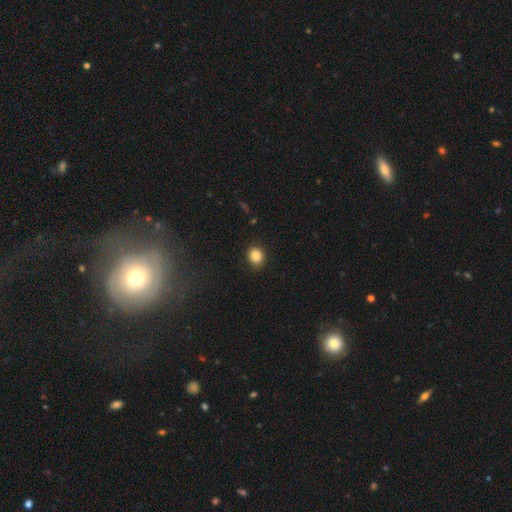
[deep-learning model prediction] Smooth or featured? smooth (85%)
How rounded? round (71%)
Merging? none (89%)